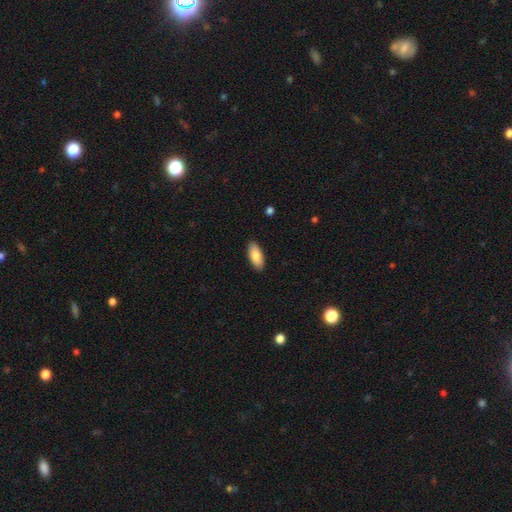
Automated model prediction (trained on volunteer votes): The model was most divided on "how rounded": in between: 86%, cigar-shaped: 12%, round: 2%. More confident: merging — none (89%); smooth or featured — smooth (86%).